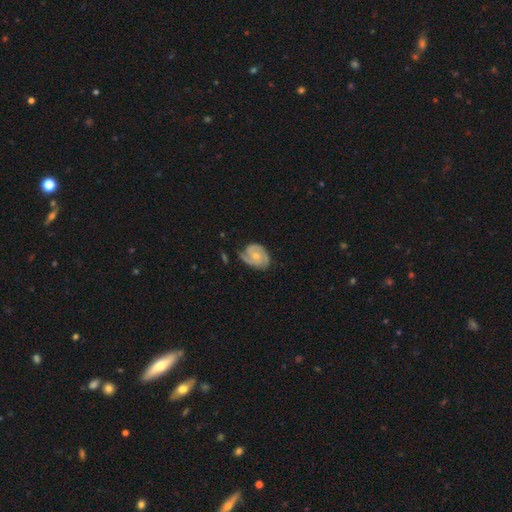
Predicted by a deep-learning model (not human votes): Morphology: type=featured or disk (81%); edge-on=no (98%); bar=no (62%); spiral arms=yes (96%); winding=tight (53%); arm count=2 (67%); bulge=small (52%); merging=none (63%).